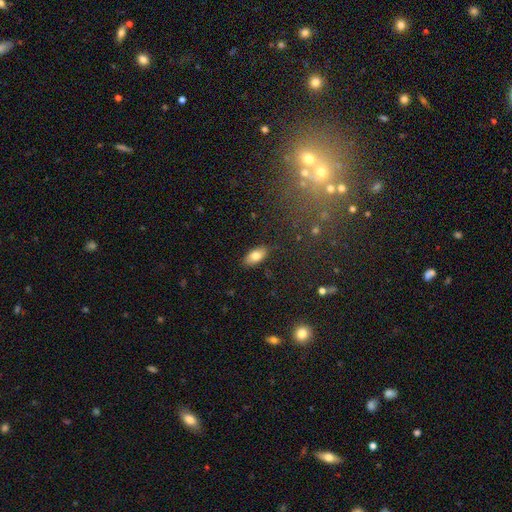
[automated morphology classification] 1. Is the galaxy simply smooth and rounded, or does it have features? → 78% smooth, 14% featured or disk, 8% star or artifact.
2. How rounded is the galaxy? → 92% in between, 4% cigar-shaped, 4% round.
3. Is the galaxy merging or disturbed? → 86% none, 11% minor disturbance, 2% major disturbance, 1% merger.